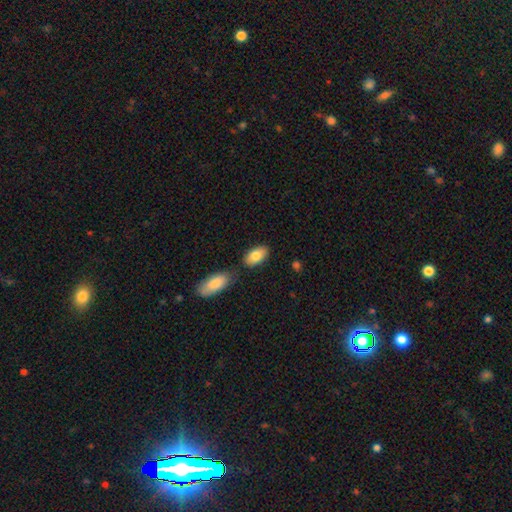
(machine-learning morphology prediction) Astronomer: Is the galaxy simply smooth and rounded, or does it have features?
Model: smooth — 82%.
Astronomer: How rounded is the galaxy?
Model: in between — 93%.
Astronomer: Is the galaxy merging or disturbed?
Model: none — 72%.